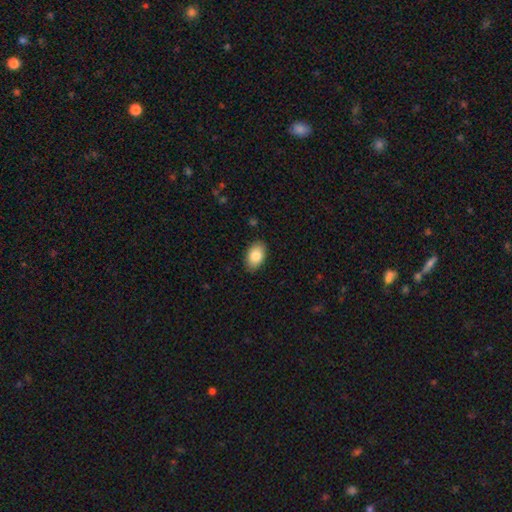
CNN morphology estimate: Smooth or featured? Predicted: smooth (p=0.83). How rounded? Predicted: in between (p=0.91). Merging? Predicted: none (p=0.88).